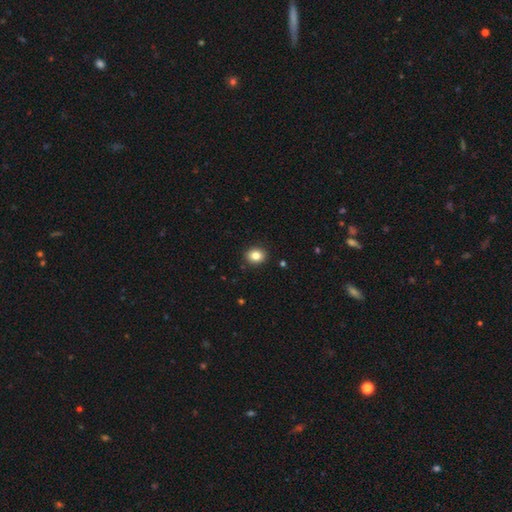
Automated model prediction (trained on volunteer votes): smooth 84%, star or artifact 10%, featured or disk 7%. Down the decision tree: how rounded — round (60%); merging — none (91%).